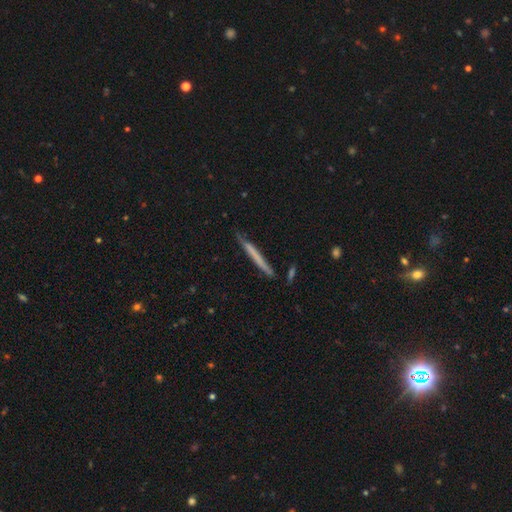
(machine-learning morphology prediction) smooth_or_featured: smooth (p=0.53) [alt: featured or disk p=0.41]
how_rounded: cigar-shaped (p=0.97) [alt: in between p=0.02]
merging: none (p=0.81) [alt: minor disturbance p=0.14]